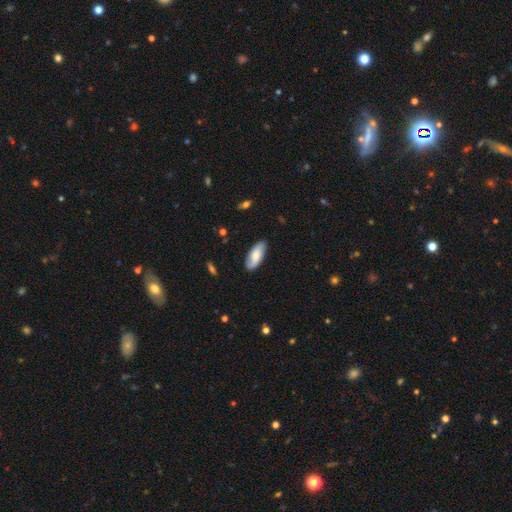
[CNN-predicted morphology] Smooth or featured? Predicted: smooth (p=0.49). Merging? Predicted: none (p=0.85).